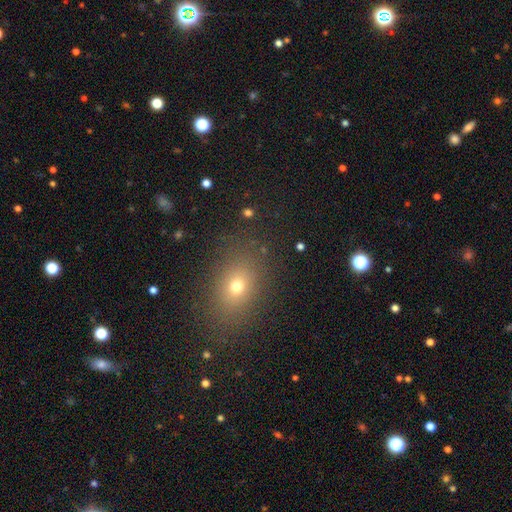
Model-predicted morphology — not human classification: A smooth galaxy with no disk features (63%) that is in between round and cigar-shaped (68%). Merging: none (87%).